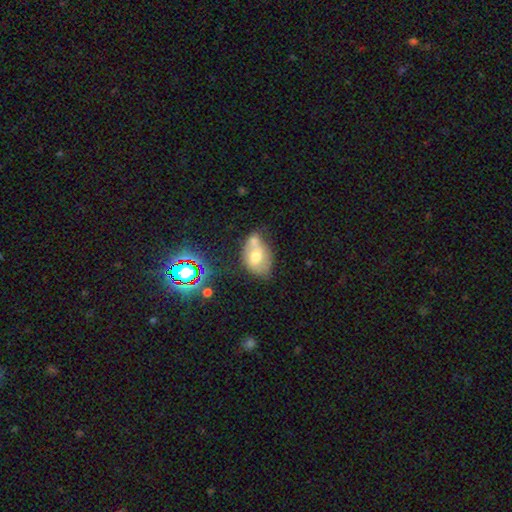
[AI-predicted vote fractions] Smooth or featured: smooth — 60% (featured or disk — 29%)
How rounded: in between — 80% (round — 19%)
Merging: merger — 40% (none — 32%)